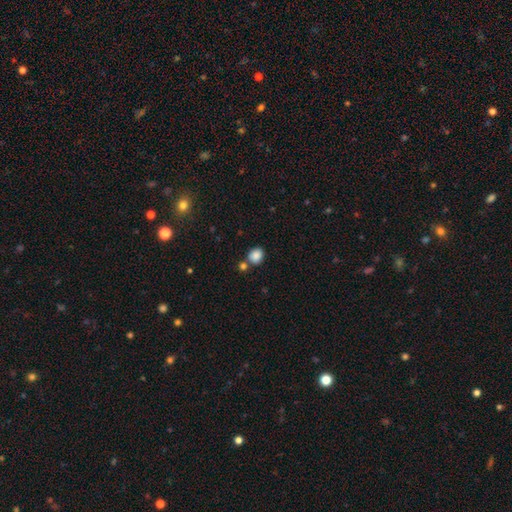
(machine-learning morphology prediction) This appears to be a smooth galaxy with no disk features (87%) that is round (67%). Merging: none (68%).